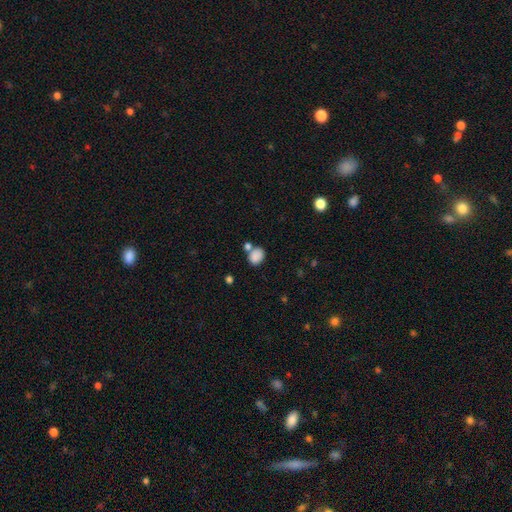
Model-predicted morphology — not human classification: Smooth or featured: smooth — 86% (star or artifact — 9%)
How rounded: in between — 62% (round — 37%)
Merging: none — 57% (merger — 25%)